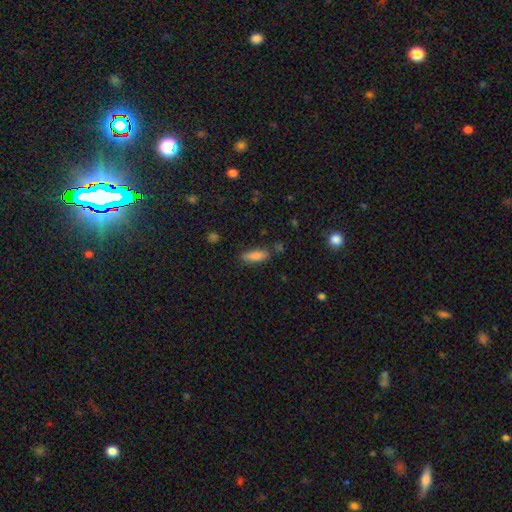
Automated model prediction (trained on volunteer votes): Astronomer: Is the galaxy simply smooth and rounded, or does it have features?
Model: smooth — 83%.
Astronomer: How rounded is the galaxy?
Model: in between — 51% (runner-up: cigar-shaped, 47%).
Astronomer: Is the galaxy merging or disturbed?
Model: none — 79%.